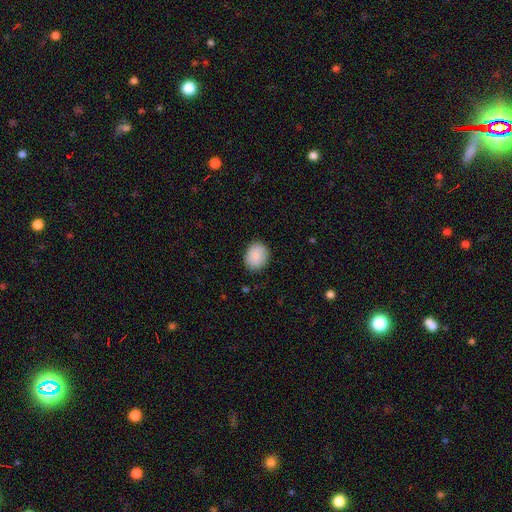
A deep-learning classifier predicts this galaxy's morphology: This appears to be a smooth galaxy with no disk features (88%) that is round (57%). Merging: none (86%).